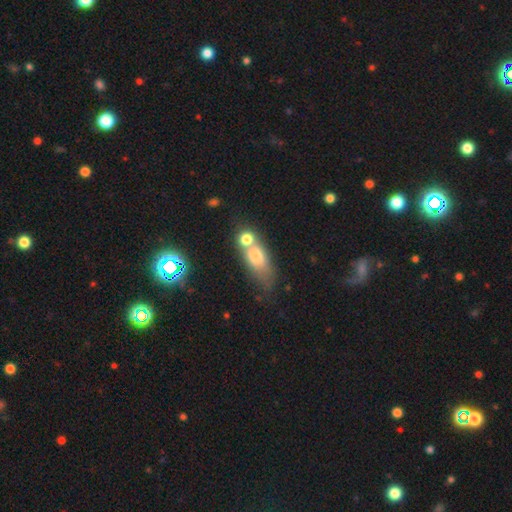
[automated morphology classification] Overall: smooth (65%). How rounded: in between (59%; cigar-shaped 22%). Merging: merger (42%; none 34%).